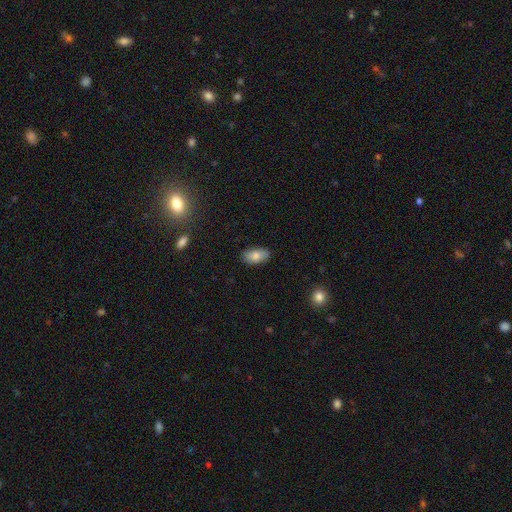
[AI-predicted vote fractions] Overall: smooth (81%). How rounded: in between (93%). Merging: none (85%).